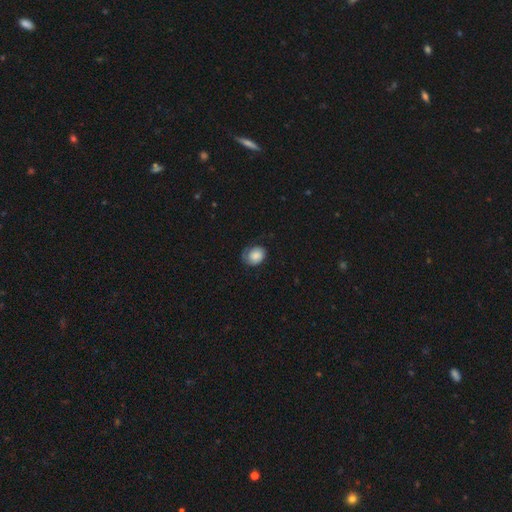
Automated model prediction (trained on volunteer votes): Smooth or featured: smooth — 67% (featured or disk — 25%)
How rounded: in between — 53% (round — 46%)
Merging: none — 55% (minor disturbance — 28%)